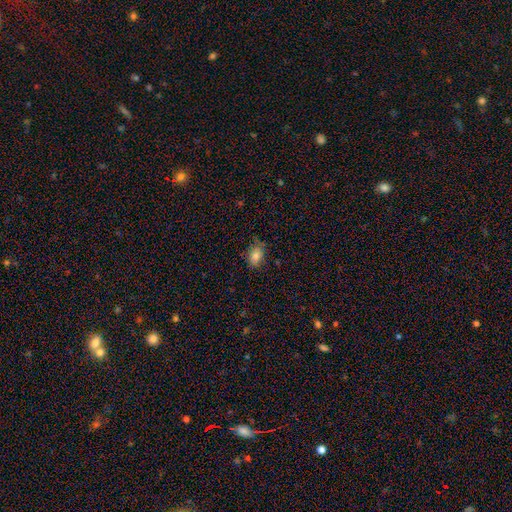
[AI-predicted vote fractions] A smooth galaxy with no disk features (80%) that is in between round and cigar-shaped (83%).

Vote fractions:
- Smooth or featured? smooth: 80% / featured or disk: 11% / star or artifact: 9%
- How rounded? in between: 83% / round: 16% / cigar-shaped: 2%
- Merging? none: 72% / minor disturbance: 22% / major disturbance: 5% / merger: 1%